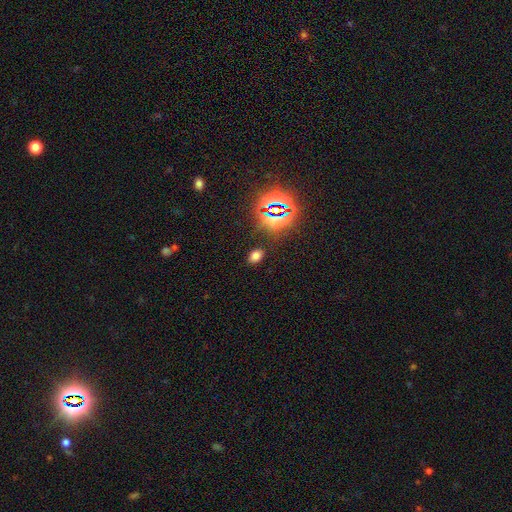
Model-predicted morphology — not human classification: smooth 66%, star or artifact 28%, featured or disk 7%. Down the decision tree: how rounded — in between (79%); merging — none (86%).